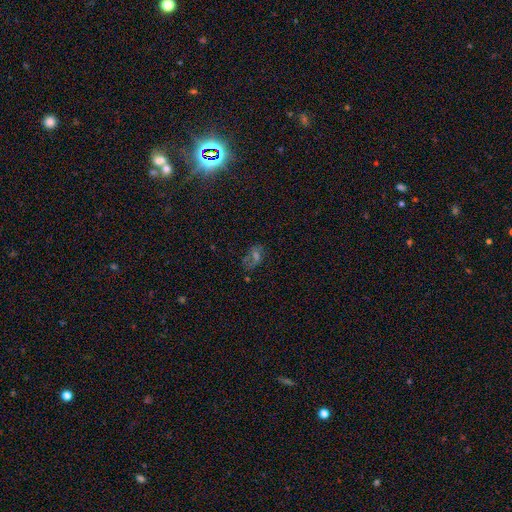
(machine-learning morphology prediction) Overall: star or artifact (41%; featured or disk 33%).